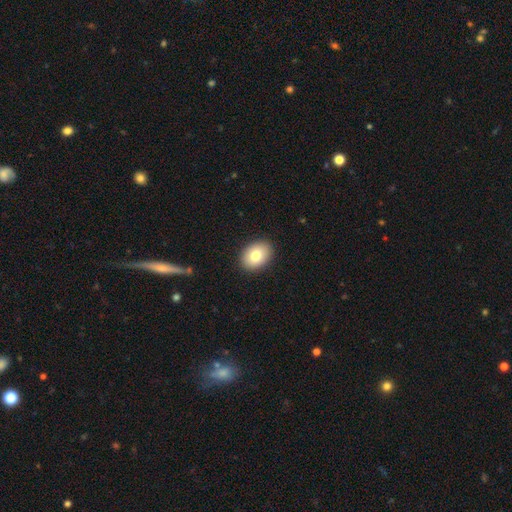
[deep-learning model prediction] A smooth galaxy with no disk features (79%) that is in between round and cigar-shaped (72%).

Vote fractions:
- Smooth or featured? smooth: 79% / featured or disk: 12% / star or artifact: 8%
- How rounded? in between: 72% / round: 27% / cigar-shaped: 1%
- Merging? none: 91% / minor disturbance: 7% / major disturbance: 2% / merger: 1%